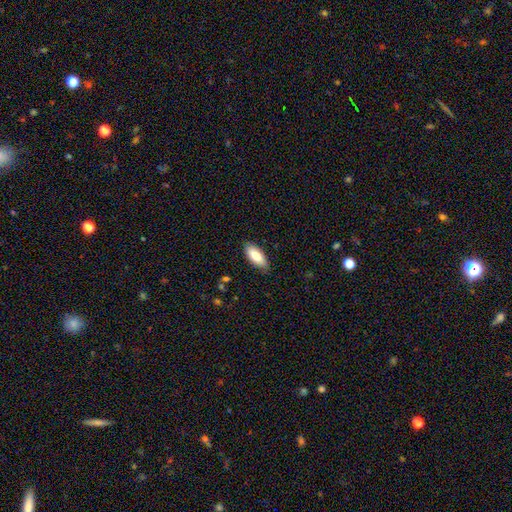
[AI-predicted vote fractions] Morphology: type=smooth (81%); roundness=in between (82%); merging=none (85%).